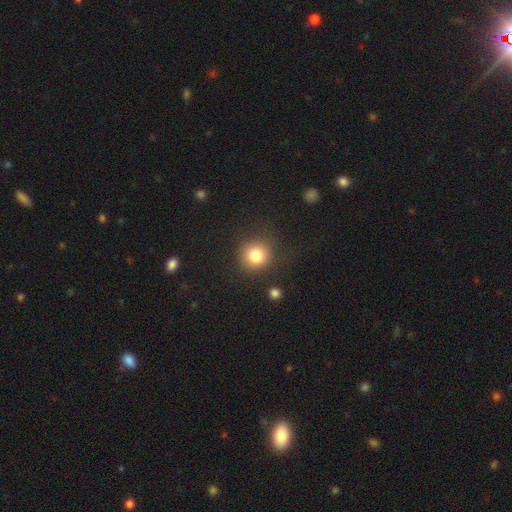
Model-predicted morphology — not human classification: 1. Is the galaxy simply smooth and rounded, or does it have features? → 81% smooth, 11% star or artifact, 7% featured or disk.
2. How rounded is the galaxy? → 89% round, 10% in between, 1% cigar-shaped.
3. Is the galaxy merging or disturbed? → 83% none, 10% minor disturbance, 4% major disturbance, 3% merger.